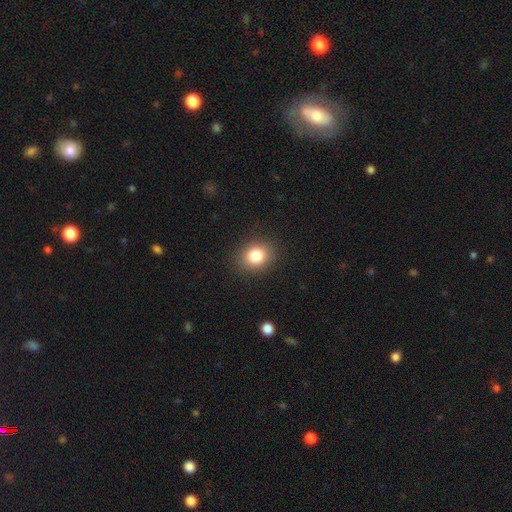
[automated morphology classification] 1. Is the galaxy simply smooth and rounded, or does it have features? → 83% smooth, 10% star or artifact, 6% featured or disk.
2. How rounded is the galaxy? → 62% round, 37% in between, 1% cigar-shaped.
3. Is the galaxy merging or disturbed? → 88% none, 8% minor disturbance, 3% major disturbance, 1% merger.